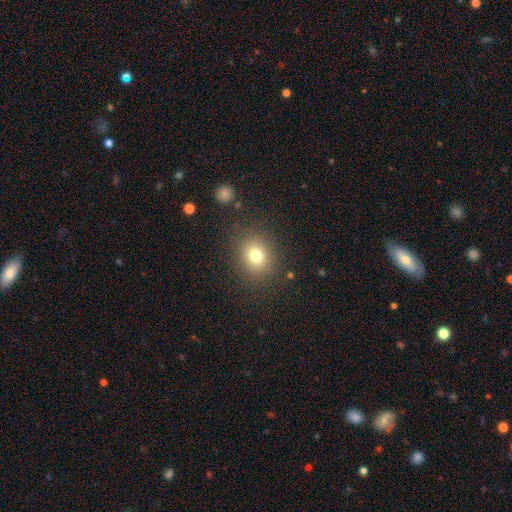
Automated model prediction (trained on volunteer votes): smooth_or_featured: smooth (p=0.76) [alt: star or artifact p=0.15]
how_rounded: round (p=0.71) [alt: in between p=0.28]
merging: none (p=0.85) [alt: minor disturbance p=0.09]